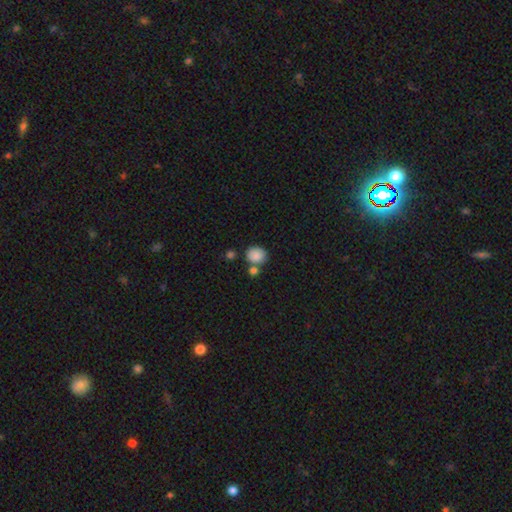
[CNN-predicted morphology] type=smooth (85%); roundness=round (72%); merging=none (63%).